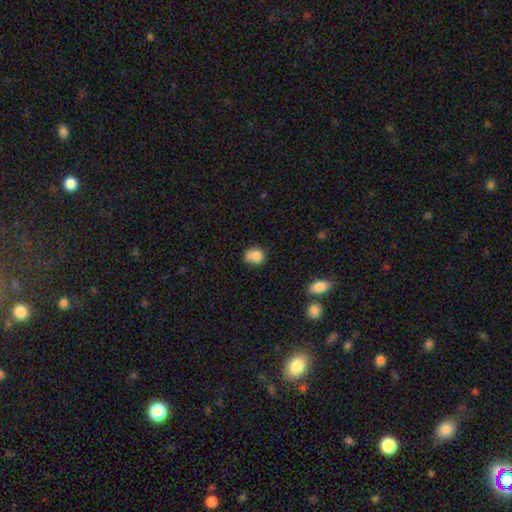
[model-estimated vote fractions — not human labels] smooth_or_featured: smooth (p=0.80) [alt: star or artifact p=0.10]
how_rounded: round (p=0.71) [alt: in between p=0.28]
merging: none (p=0.49) [alt: minor disturbance p=0.24]